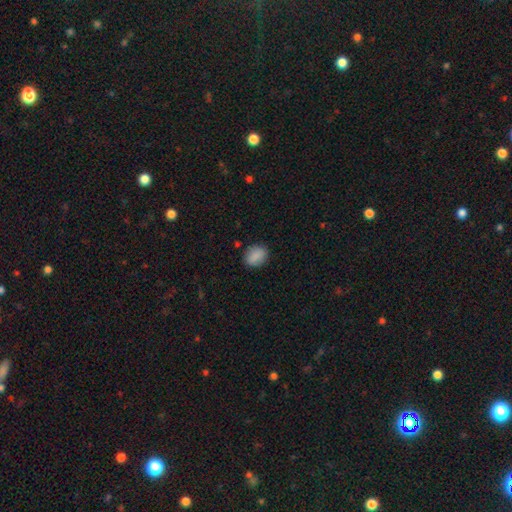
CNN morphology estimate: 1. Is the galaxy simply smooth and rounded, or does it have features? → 88% smooth, 7% star or artifact, 5% featured or disk.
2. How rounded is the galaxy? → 60% in between, 39% round, 1% cigar-shaped.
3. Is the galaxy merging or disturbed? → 85% none, 11% minor disturbance, 3% major disturbance, 1% merger.